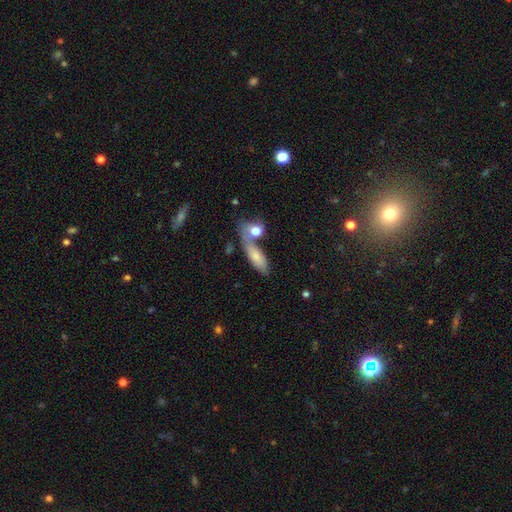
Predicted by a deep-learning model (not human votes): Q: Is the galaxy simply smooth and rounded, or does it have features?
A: smooth — 73%.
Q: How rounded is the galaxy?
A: in between — 63%.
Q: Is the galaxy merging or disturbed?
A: none — 49%.